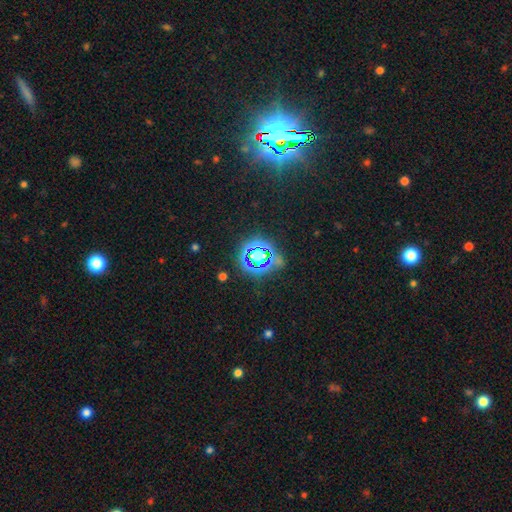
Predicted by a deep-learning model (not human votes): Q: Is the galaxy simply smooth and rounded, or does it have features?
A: star or artifact — 62%.